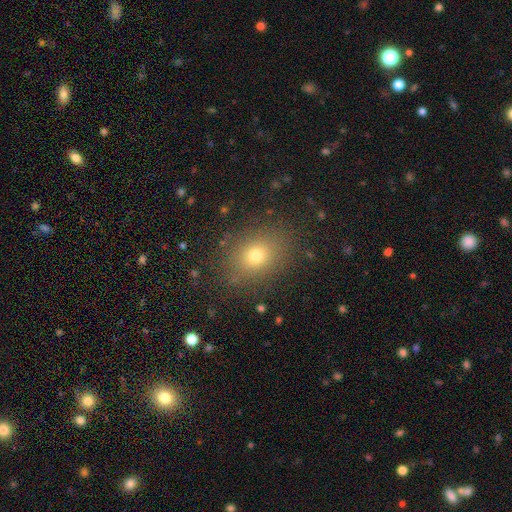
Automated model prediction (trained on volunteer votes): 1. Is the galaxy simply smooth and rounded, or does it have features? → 73% smooth, 16% star or artifact, 11% featured or disk.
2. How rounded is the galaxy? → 57% in between, 41% round, 1% cigar-shaped.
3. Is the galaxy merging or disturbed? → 84% none, 10% minor disturbance, 4% major disturbance, 1% merger.